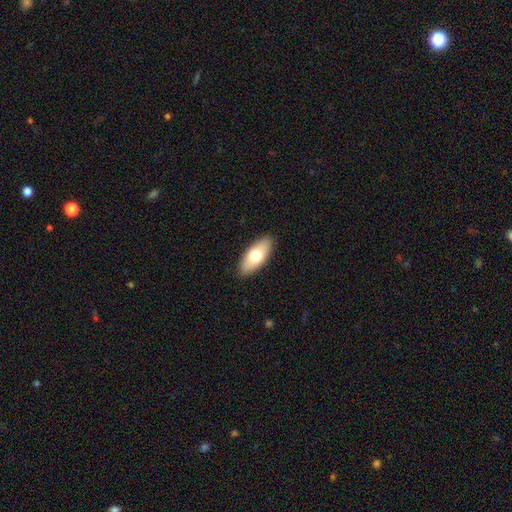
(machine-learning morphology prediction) smooth-or-featured: smooth: 69% | featured or disk: 25% | star or artifact: 6%
  how-rounded: in between: 88% | cigar-shaped: 10% | round: 3%
  merging: none: 89% | minor disturbance: 8% | major disturbance: 2% | merger: 1%